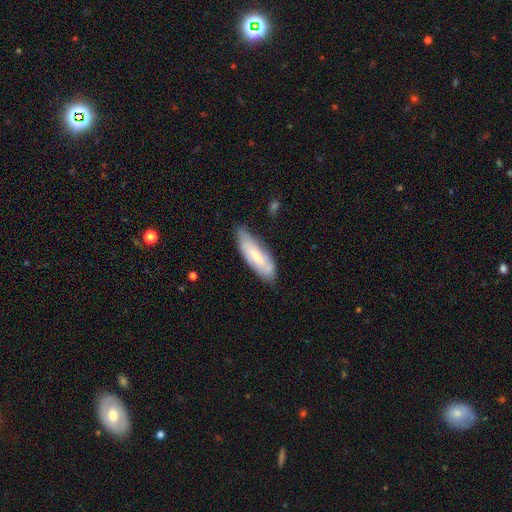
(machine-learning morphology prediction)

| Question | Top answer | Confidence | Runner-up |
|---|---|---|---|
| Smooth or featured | smooth | 59% | featured or disk (34%) |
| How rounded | in between | 53% | cigar-shaped (45%) |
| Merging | none | 68% | minor disturbance (25%) |